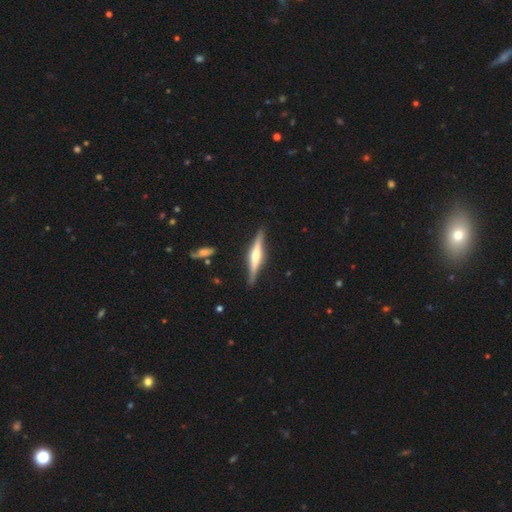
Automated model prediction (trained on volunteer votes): A featured or disk galaxy (70%) viewed edge-on (97%) with a rounded central bulge (67%).

Vote fractions:
- Smooth or featured? featured or disk: 70% / smooth: 24% / star or artifact: 5%
- Edge-on disk? yes: 97% / no: 3%
- Edge-on bulge? rounded: 67% / boxy: 22% / none: 10%
- Merging? none: 88% / minor disturbance: 9% / major disturbance: 2% / merger: 1%